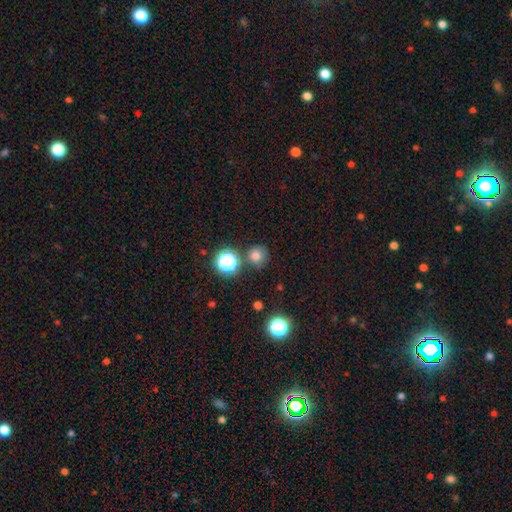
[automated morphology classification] Smooth or featured? smooth (74%)
How rounded? round (90%)
Merging? none (77%)